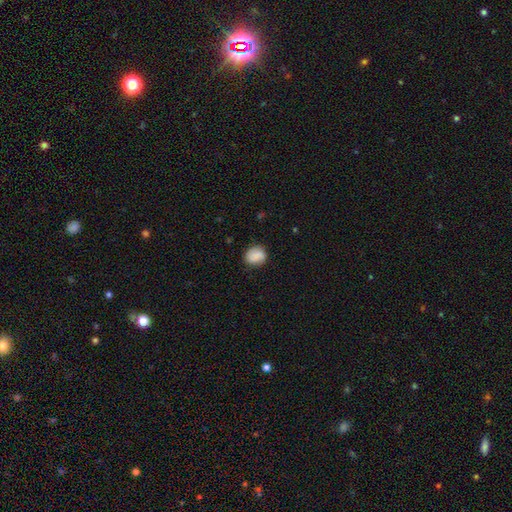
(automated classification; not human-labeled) Smooth or featured?
  - smooth: 83% *
  - featured or disk: 9%
  - star or artifact: 8%
How rounded?
  - round: 70% *
  - in between: 29%
  - cigar-shaped: 1%
Merging?
  - none: 79% *
  - minor disturbance: 16%
  - major disturbance: 4%
  - merger: 1%